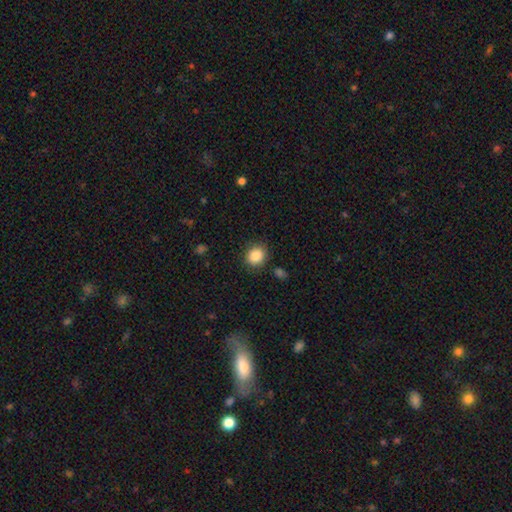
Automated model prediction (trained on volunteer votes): Q: Smooth or featured?
A: smooth (86%); runner-up: star or artifact (9%)
Q: How rounded?
A: round (74%); runner-up: in between (25%)
Q: Merging?
A: none (86%); runner-up: minor disturbance (9%)